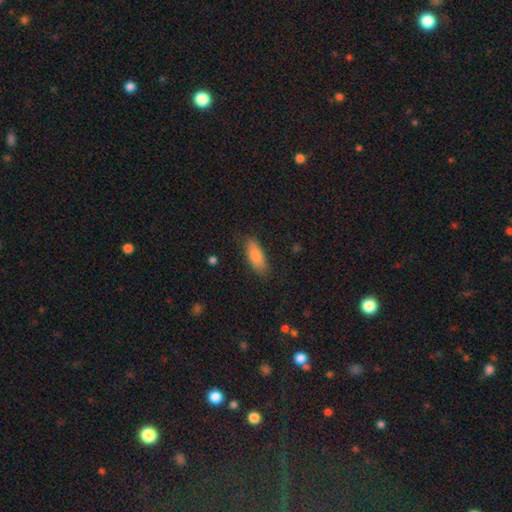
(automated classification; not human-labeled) Smooth or featured?
  - smooth: 83% *
  - featured or disk: 11%
  - star or artifact: 6%
How rounded?
  - in between: 74% *
  - cigar-shaped: 24%
  - round: 2%
Merging?
  - none: 81% *
  - minor disturbance: 14%
  - major disturbance: 3%
  - merger: 1%